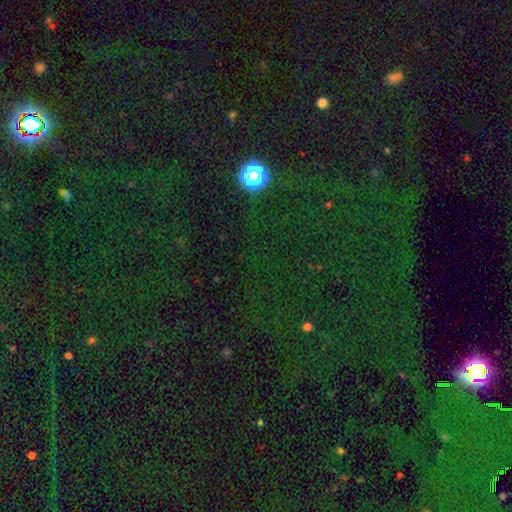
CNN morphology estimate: Smooth or featured: star or artifact — 74% (smooth — 19%)